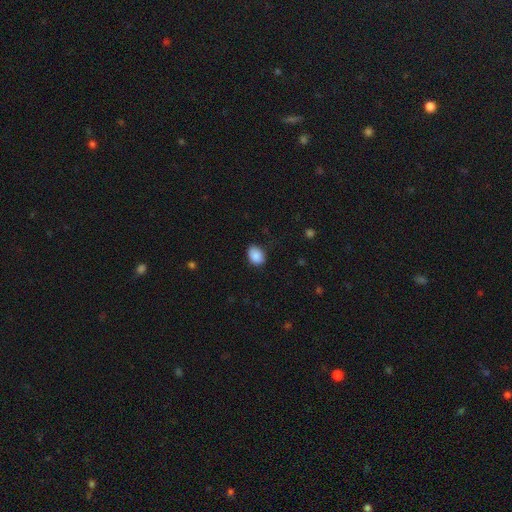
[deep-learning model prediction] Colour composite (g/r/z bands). It shows a smooth galaxy with no disk features (89%) that is in between round and cigar-shaped (71%). Merging: none (82%).